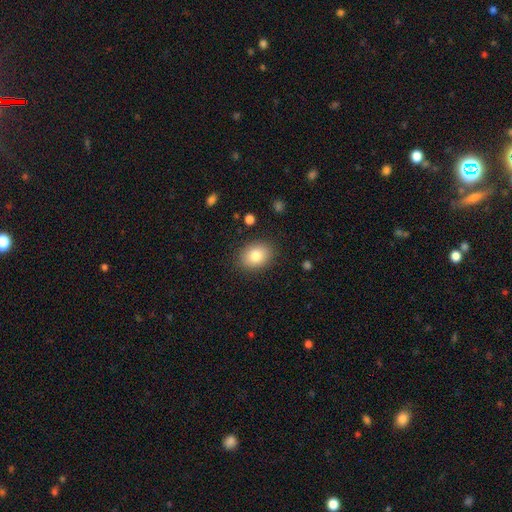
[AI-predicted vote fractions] A smooth galaxy with no disk features (82%) that is in between round and cigar-shaped (60%). Merging: none (87%).